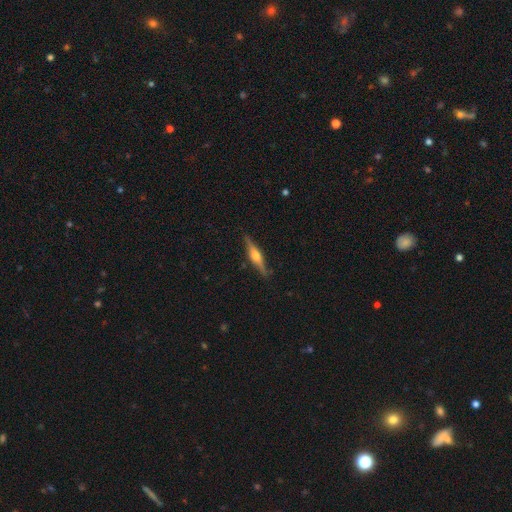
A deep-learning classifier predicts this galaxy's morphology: This is likely a featured or disk galaxy (73%). It is clearly viewed edge-on (97%). Edge-on bulge: clearly rounded (89%). Merging: clearly none (87%).